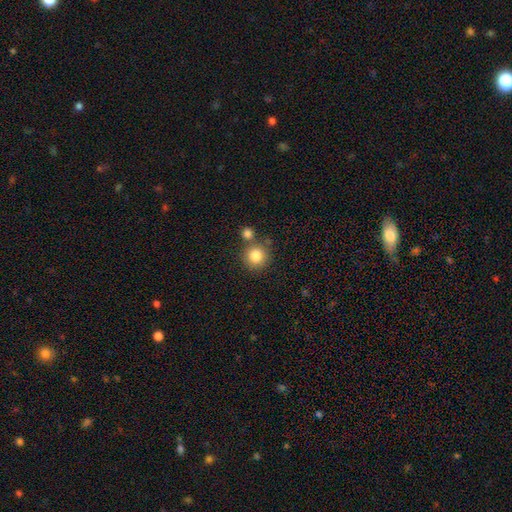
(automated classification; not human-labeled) smooth_or_featured: smooth (p=0.83) [alt: star or artifact p=0.10]
how_rounded: round (p=0.93) [alt: in between p=0.06]
merging: none (p=0.71) [alt: merger p=0.17]